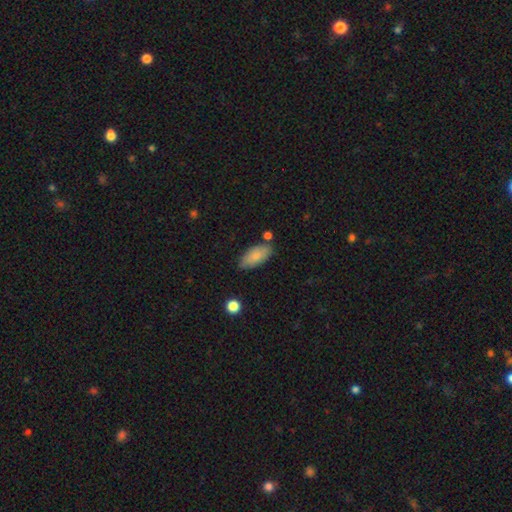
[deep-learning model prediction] Smooth or featured?
  - smooth: 81% *
  - featured or disk: 13%
  - star or artifact: 6%
How rounded?
  - in between: 89% *
  - cigar-shaped: 8%
  - round: 2%
Merging?
  - none: 76% *
  - minor disturbance: 16%
  - merger: 5%
  - major disturbance: 3%